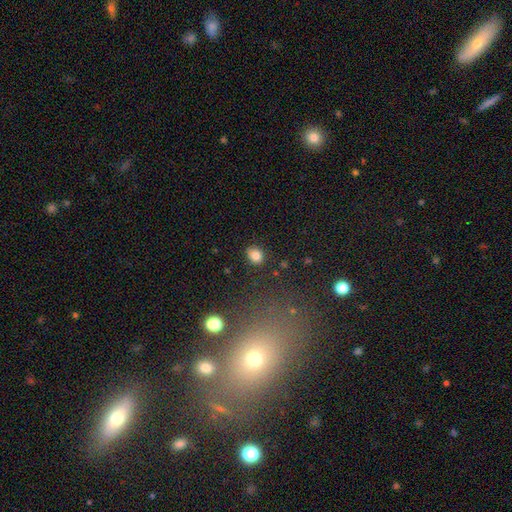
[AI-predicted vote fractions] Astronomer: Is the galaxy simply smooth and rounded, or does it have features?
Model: smooth — 83%.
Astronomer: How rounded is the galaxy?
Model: round — 51% (runner-up: in between, 48%).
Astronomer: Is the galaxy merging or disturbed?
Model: none — 83%.